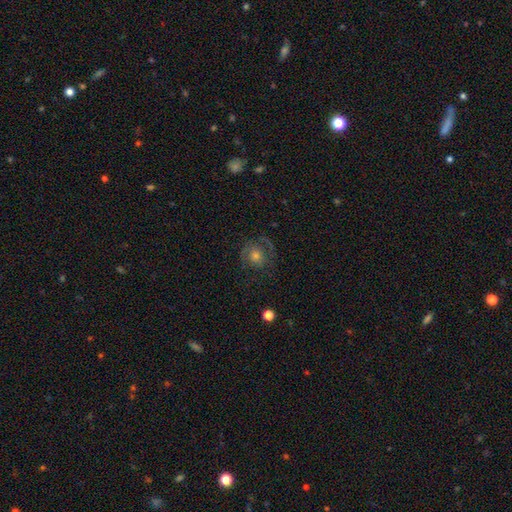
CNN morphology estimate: Smooth or featured: featured or disk — 54% (smooth — 33%)
Edge-on disk: no — 97% (yes — 3%)
Bar: no — 81% (weak — 16%)
Spiral arms: yes — 72% (no — 28%)
Bulge size: moderate — 59% (small — 28%)
Merging: none — 69% (minor disturbance — 16%)